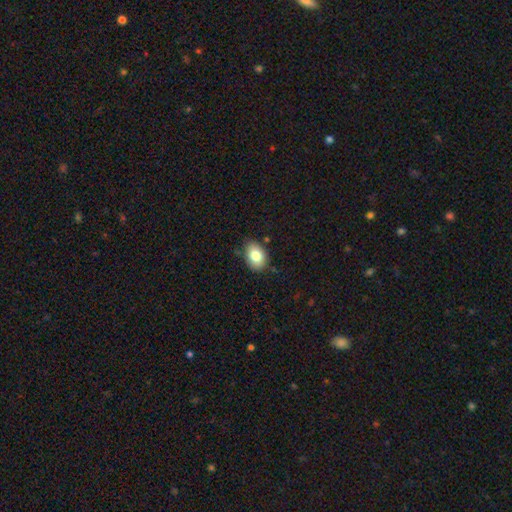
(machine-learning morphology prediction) Overall: smooth (81%). How rounded: in between (78%). Merging: none (80%).